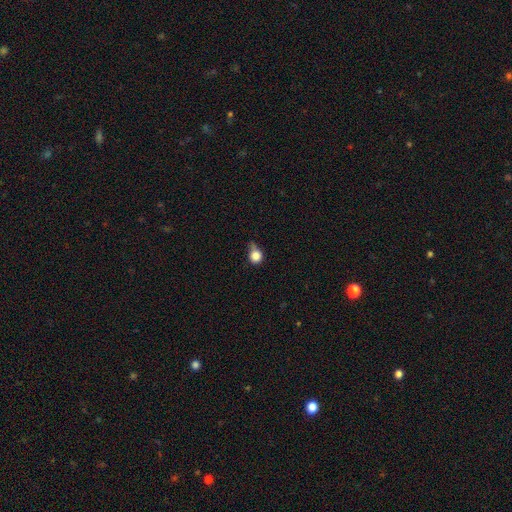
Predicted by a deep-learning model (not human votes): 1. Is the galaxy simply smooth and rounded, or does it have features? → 81% smooth, 10% star or artifact, 8% featured or disk.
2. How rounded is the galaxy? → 77% round, 21% in between, 2% cigar-shaped.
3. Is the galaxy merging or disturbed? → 41% minor disturbance, 33% none, 20% major disturbance, 6% merger.